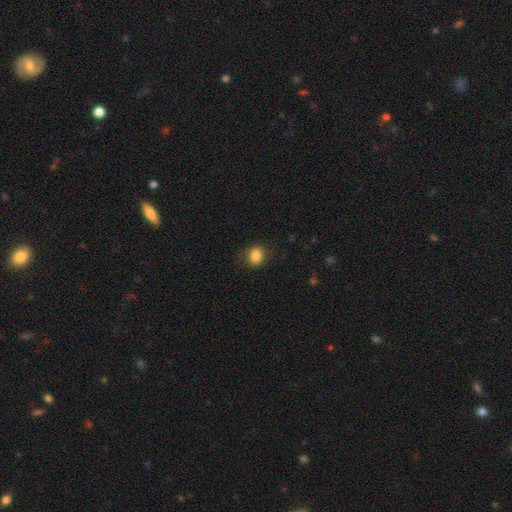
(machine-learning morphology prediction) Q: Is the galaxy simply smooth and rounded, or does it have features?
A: smooth — 85%.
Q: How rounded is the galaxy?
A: round — 67%.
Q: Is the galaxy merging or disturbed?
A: none — 79%.